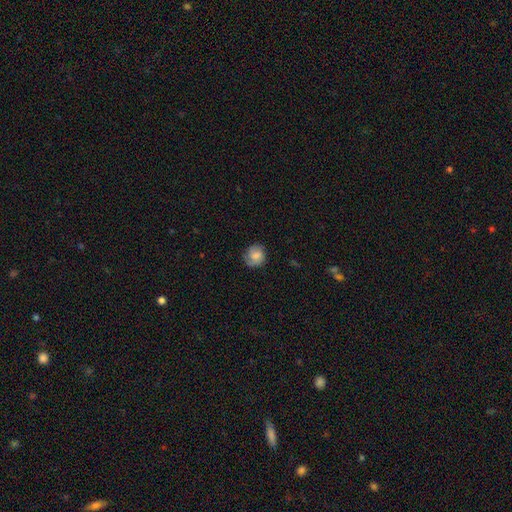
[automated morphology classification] Smooth or featured? smooth (70%)
How rounded? round (83%)
Merging? none (75%)